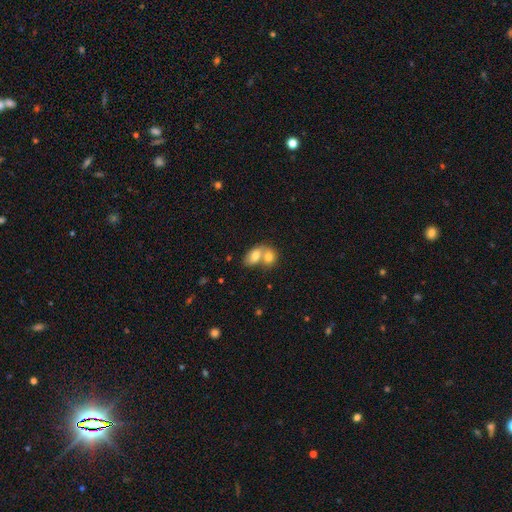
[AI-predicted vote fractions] A smooth galaxy with no disk features (75%) that is in between round and cigar-shaped (74%).

Vote fractions:
- Smooth or featured? smooth: 75% / featured or disk: 18% / star or artifact: 7%
- How rounded? in between: 74% / round: 24% / cigar-shaped: 2%
- Merging? merger: 73% / none: 18% / minor disturbance: 6% / major disturbance: 3%